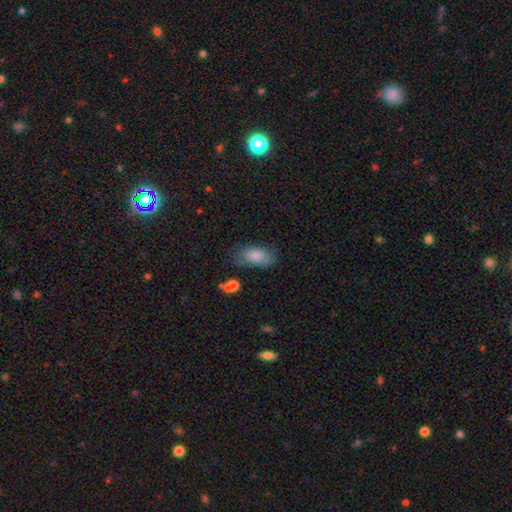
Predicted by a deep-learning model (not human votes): This appears to be a smooth galaxy with no disk features (82%) that is in between round and cigar-shaped (91%). Merging: none (61%).